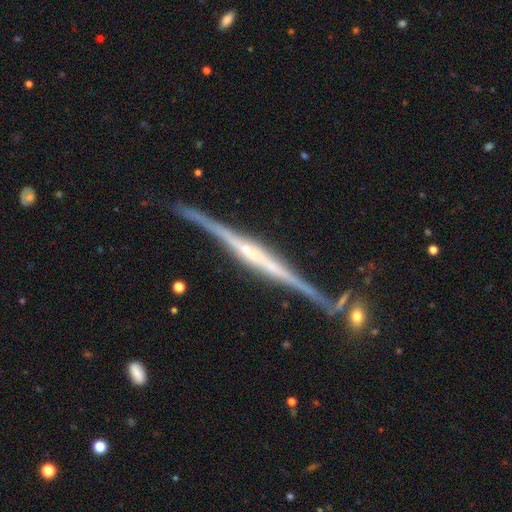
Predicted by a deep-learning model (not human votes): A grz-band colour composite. It shows a featured or disk galaxy (87%) viewed edge-on (98%) with a rounded central bulge (39%). Merging: none (78%).